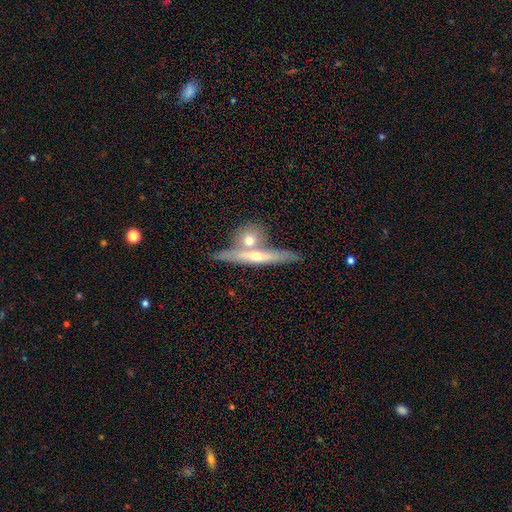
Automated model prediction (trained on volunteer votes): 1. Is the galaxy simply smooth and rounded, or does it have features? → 53% featured or disk, 41% smooth, 6% star or artifact.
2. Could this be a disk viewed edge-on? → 87% yes, 13% no.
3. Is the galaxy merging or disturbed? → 58% none, 28% merger, 11% minor disturbance, 3% major disturbance.